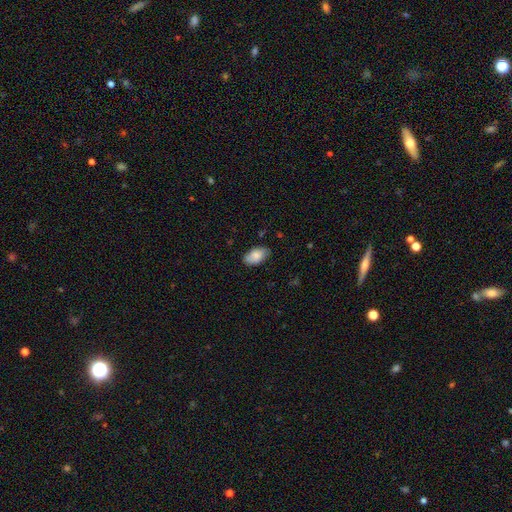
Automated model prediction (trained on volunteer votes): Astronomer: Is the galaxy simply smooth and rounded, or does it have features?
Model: smooth — 82%.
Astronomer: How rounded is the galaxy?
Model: in between — 94%.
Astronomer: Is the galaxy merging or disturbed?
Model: none — 79%.